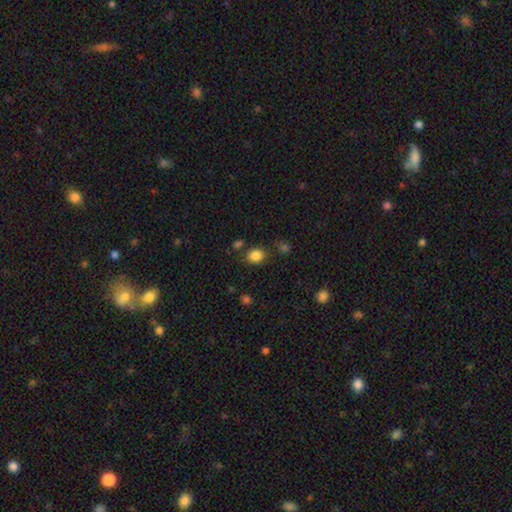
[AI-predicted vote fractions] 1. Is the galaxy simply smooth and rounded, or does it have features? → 84% smooth, 11% star or artifact, 5% featured or disk.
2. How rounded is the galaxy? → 56% round, 43% in between, 1% cigar-shaped.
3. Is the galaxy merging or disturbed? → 76% none, 13% minor disturbance, 6% merger, 5% major disturbance.